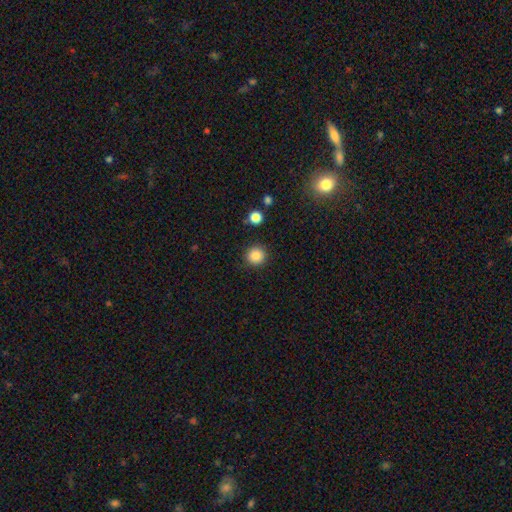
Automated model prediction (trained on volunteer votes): A smooth galaxy with no disk features (86%) that is round (94%).

Vote fractions:
- Smooth or featured? smooth: 86% / star or artifact: 10% / featured or disk: 3%
- How rounded? round: 94% / in between: 5% / cigar-shaped: 1%
- Merging? none: 90% / minor disturbance: 6% / major disturbance: 2% / merger: 2%